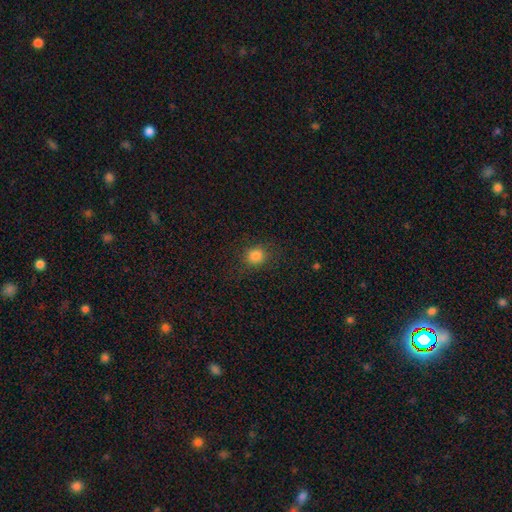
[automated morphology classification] This appears to be a smooth galaxy with no disk features (83%) that is round (78%). Merging: none (83%).